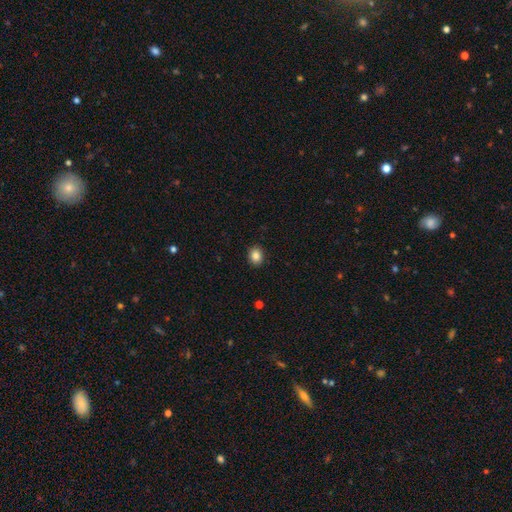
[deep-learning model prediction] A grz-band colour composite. It shows a smooth galaxy with no disk features (85%) that is round (65%). Merging: none (92%).